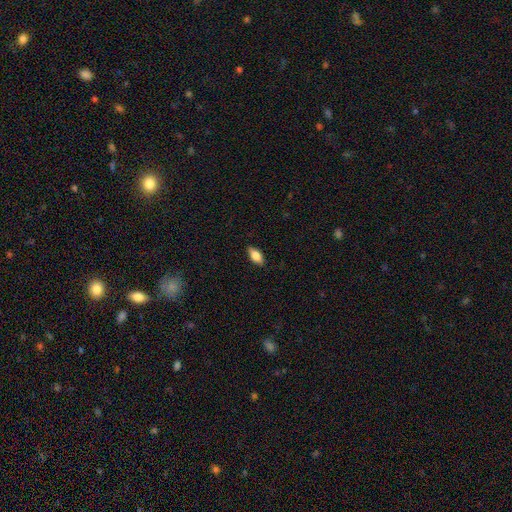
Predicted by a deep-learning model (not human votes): Morphology: type=smooth (75%); roundness=in between (85%); merging=none (87%).